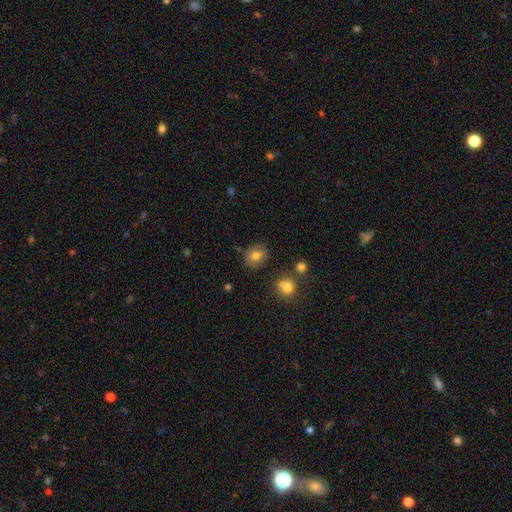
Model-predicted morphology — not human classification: Q: Smooth or featured?
A: smooth (76%); runner-up: featured or disk (12%)
Q: How rounded?
A: round (71%); runner-up: in between (28%)
Q: Merging?
A: none (77%); runner-up: minor disturbance (15%)